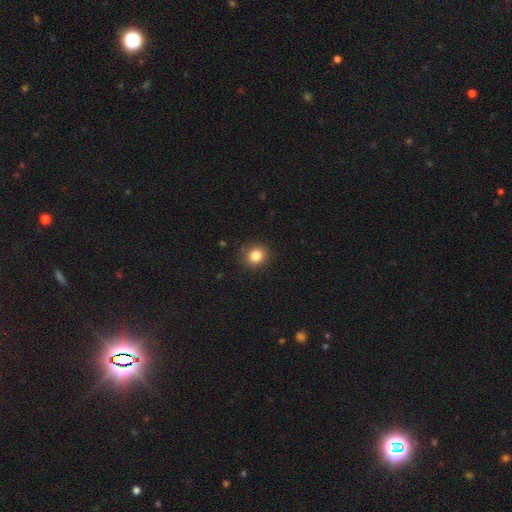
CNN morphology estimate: smooth-or-featured: smooth: 84% | star or artifact: 11% | featured or disk: 5%
  how-rounded: round: 75% | in between: 24% | cigar-shaped: 1%
  merging: none: 85% | minor disturbance: 11% | major disturbance: 3% | merger: 1%